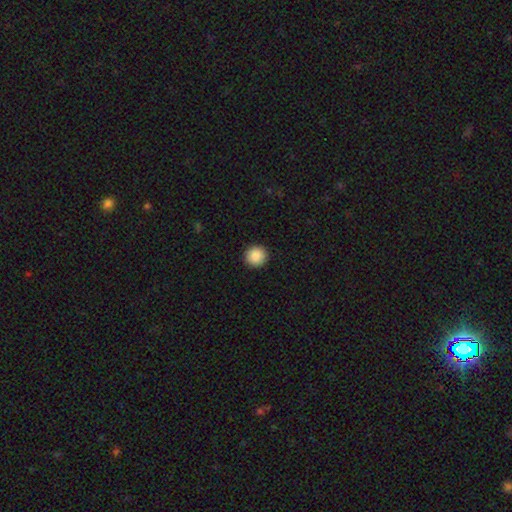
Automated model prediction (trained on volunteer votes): Morphology: type=smooth (88%); roundness=round (94%); merging=none (93%).